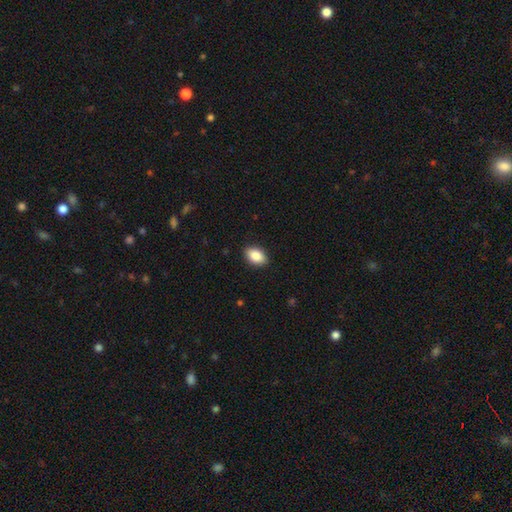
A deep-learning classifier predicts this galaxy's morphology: A smooth galaxy with no disk features (89%) that is in between round and cigar-shaped (89%).

Vote fractions:
- Smooth or featured? smooth: 89% / star or artifact: 7% / featured or disk: 4%
- How rounded? in between: 89% / round: 10% / cigar-shaped: 1%
- Merging? none: 89% / minor disturbance: 8% / major disturbance: 2% / merger: 1%